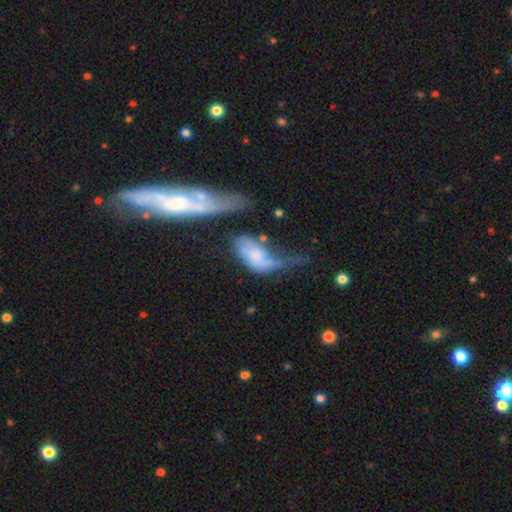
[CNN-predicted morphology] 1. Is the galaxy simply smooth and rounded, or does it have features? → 49% smooth, 43% featured or disk, 9% star or artifact.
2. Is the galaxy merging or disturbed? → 42% major disturbance, 21% merger, 20% minor disturbance, 16% none.